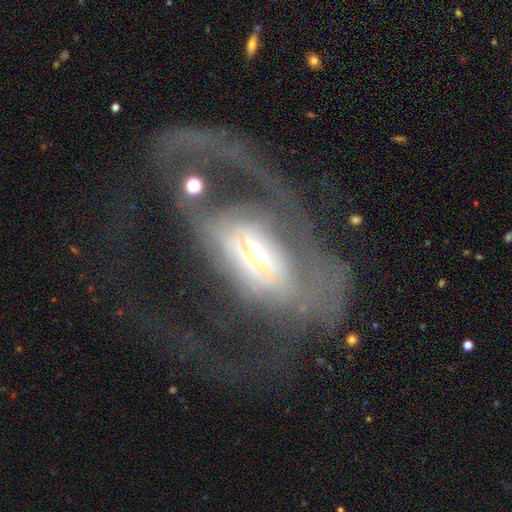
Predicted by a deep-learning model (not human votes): Smooth or featured?
  - featured or disk: 70% *
  - smooth: 23%
  - star or artifact: 8%
Edge-on disk?
  - no: 91% *
  - yes: 9%
Bar?
  - no: 58% *
  - weak: 28%
  - strong: 15%
Spiral arms?
  - yes: 53% *
  - no: 47%
Bulge size?
  - moderate: 53% *
  - small: 34%
  - large: 10%
  - dominant: 2%
  - none: 1%
Merging?
  - major disturbance: 69% *
  - none: 15%
  - minor disturbance: 8%
  - merger: 8%